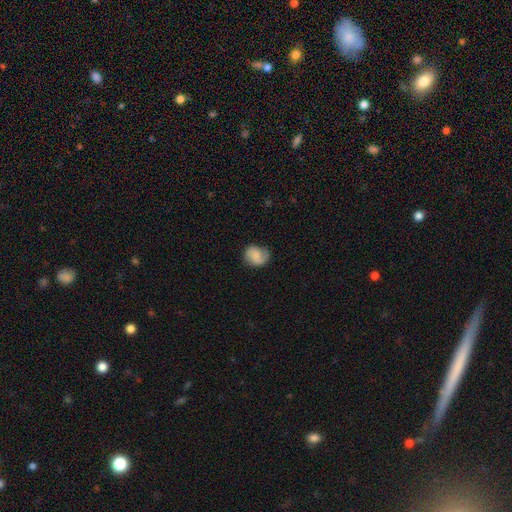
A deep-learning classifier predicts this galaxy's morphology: Smooth or featured? Predicted: smooth (p=0.60). How rounded? Predicted: round (p=0.61). Merging? Predicted: none (p=0.68).